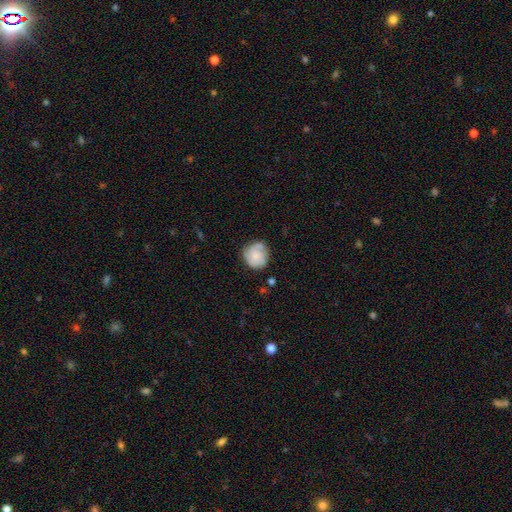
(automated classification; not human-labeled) Overall: smooth (47%; featured or disk 46%). Merging: none (72%).